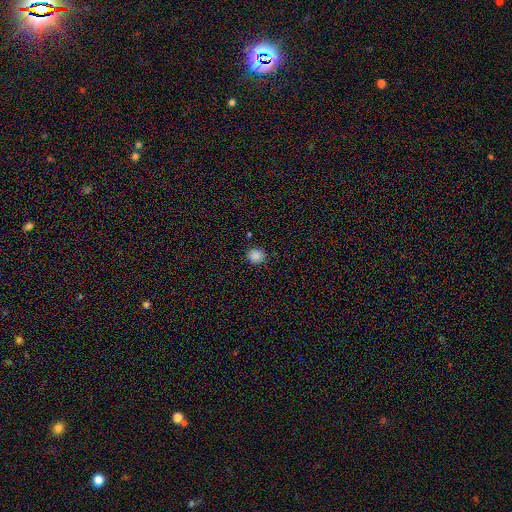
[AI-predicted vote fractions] Smooth or featured? Predicted: smooth (p=0.86). How rounded? Predicted: round (p=0.81). Merging? Predicted: none (p=0.88).